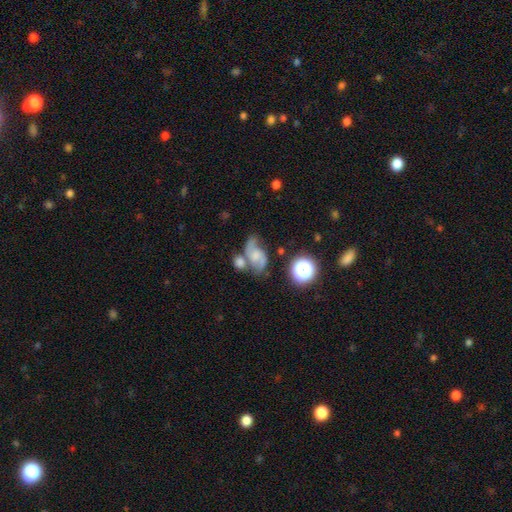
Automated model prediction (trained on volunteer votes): A featured or disk galaxy (65%) with no bar (57%), 2 (86%) loose (51%) spiral arms (90%) and a small central bulge (32%).

Vote fractions:
- Smooth or featured? featured or disk: 65% / smooth: 24% / star or artifact: 12%
- Edge-on disk? no: 97% / yes: 3%
- Bar? no: 57% / weak: 36% / strong: 8%
- Spiral arms? yes: 90% / no: 10%
- Spiral winding? loose: 51% / medium: 39% / tight: 10%
- Spiral arm count? 2: 86% / can't tell: 5% / 1: 5% / 3: 1% / 4: 1% / more than 4: 1%
- Bulge size? small: 32% / moderate: 30% / none: 25% / large: 11% / dominant: 3%
- Merging? none: 39% / merger: 27% / minor disturbance: 20% / major disturbance: 14%